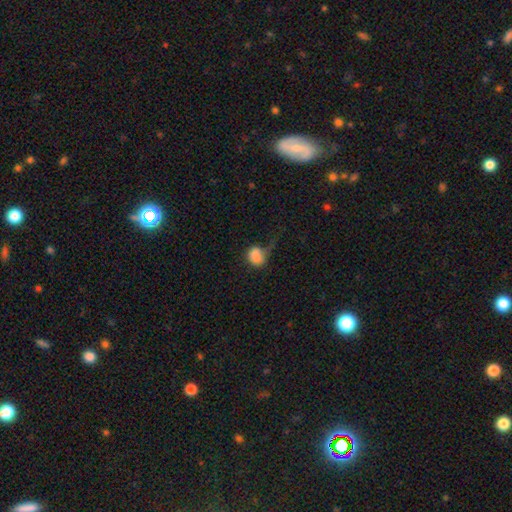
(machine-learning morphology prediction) smooth-or-featured: smooth: 77% | featured or disk: 13% | star or artifact: 9%
  how-rounded: round: 51% | in between: 47% | cigar-shaped: 1%
  merging: major disturbance: 37% | none: 27% | minor disturbance: 24% | merger: 12%